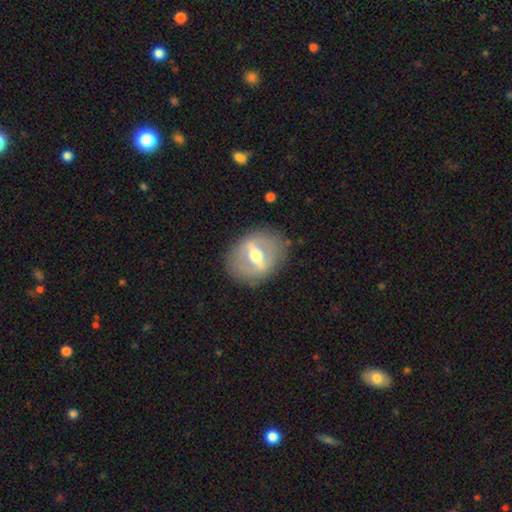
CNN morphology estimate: type=featured or disk (76%); edge-on=no (75%); bar=strong (77%); spiral arms=no (82%); bulge=moderate (71%); merging=none (82%).